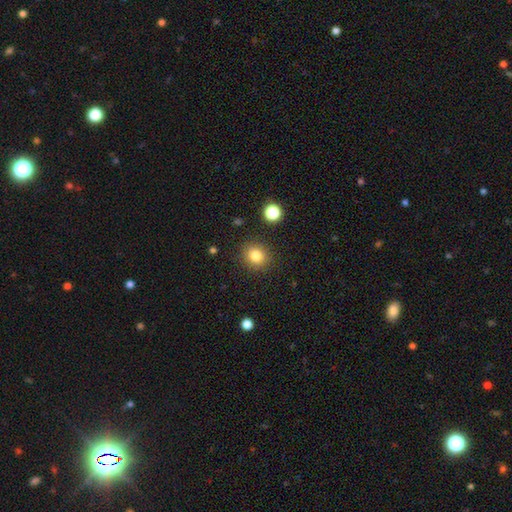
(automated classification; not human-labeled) Overall: smooth (82%). How rounded: round (83%). Merging: none (88%).